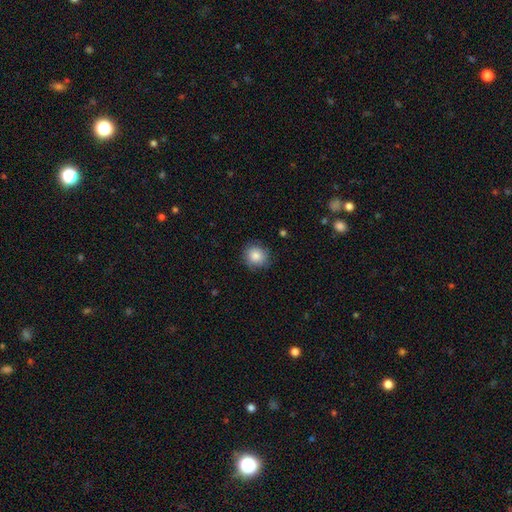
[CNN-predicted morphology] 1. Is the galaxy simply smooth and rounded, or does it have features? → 85% smooth, 8% star or artifact, 7% featured or disk.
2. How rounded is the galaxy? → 84% round, 15% in between, 1% cigar-shaped.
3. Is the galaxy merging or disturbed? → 79% none, 16% minor disturbance, 4% major disturbance, 1% merger.